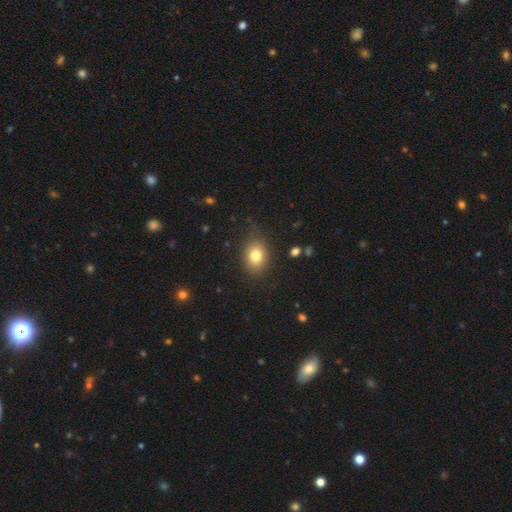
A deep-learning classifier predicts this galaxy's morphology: smooth 80%, star or artifact 11%, featured or disk 10%. Down the decision tree: how rounded — in between (57%); merging — none (83%).